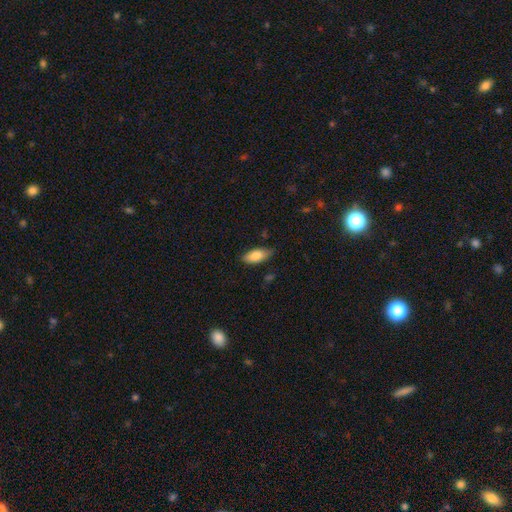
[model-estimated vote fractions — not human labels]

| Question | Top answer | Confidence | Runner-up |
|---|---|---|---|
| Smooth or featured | smooth | 82% | featured or disk (12%) |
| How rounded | in between | 85% | cigar-shaped (13%) |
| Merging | none | 77% | minor disturbance (19%) |